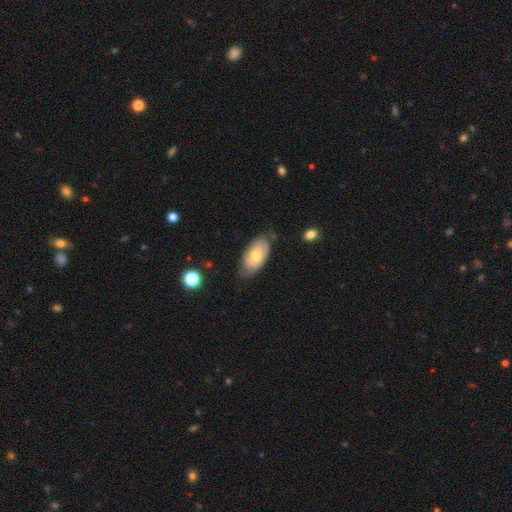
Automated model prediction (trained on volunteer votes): Smooth or featured? Predicted: smooth (p=0.62). How rounded? Predicted: in between (p=0.93). Merging? Predicted: none (p=0.67).